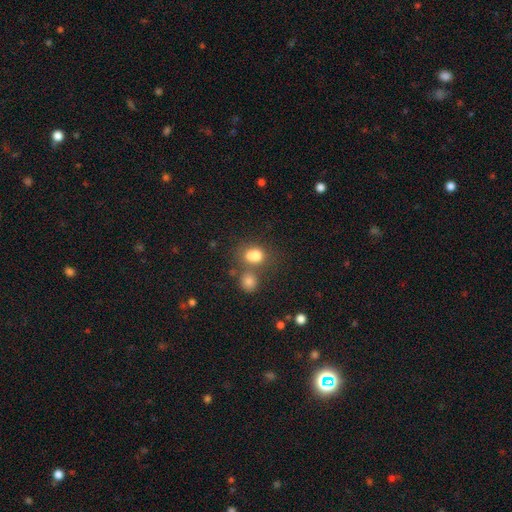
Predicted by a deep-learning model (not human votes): smooth_or_featured: smooth (p=0.75) [alt: star or artifact p=0.13]
how_rounded: round (p=0.60) [alt: in between p=0.39]
merging: merger (p=0.46) [alt: none p=0.37]